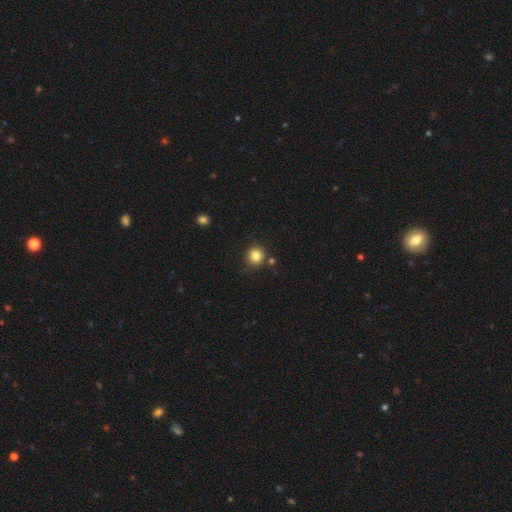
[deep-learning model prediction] Q: Smooth or featured?
A: smooth (84%); runner-up: star or artifact (11%)
Q: How rounded?
A: round (92%); runner-up: in between (7%)
Q: Merging?
A: none (84%); runner-up: minor disturbance (7%)